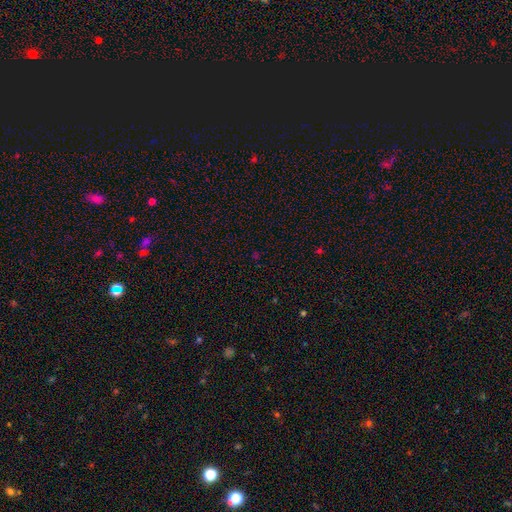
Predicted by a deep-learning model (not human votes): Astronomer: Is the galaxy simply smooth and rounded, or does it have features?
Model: star or artifact — 63%.